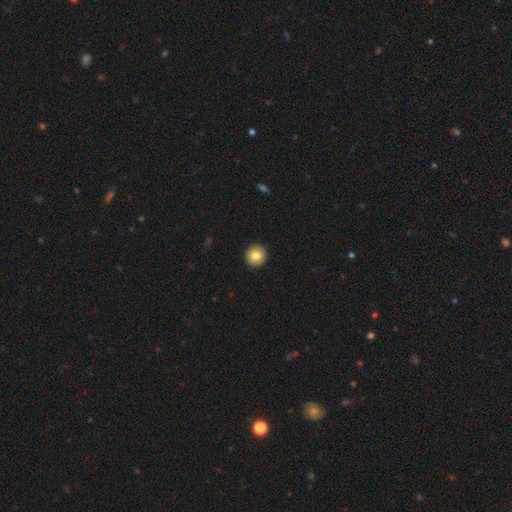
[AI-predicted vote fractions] The model was most divided on "smooth or featured": smooth: 80%, featured or disk: 12%, star or artifact: 8%. More confident: merging — none (93%); how rounded — round (93%).